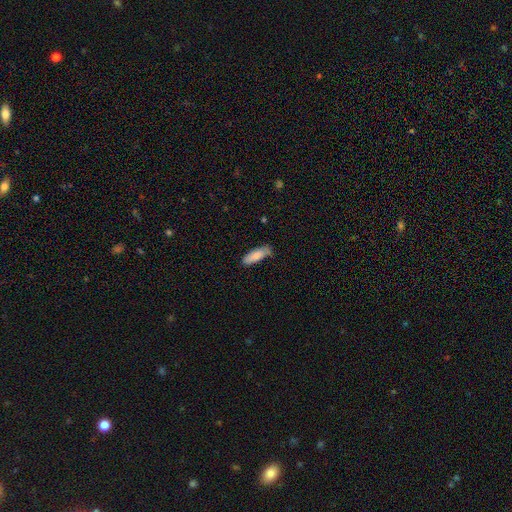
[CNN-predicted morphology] type=smooth (84%); roundness=in between (61%); merging=none (68%).